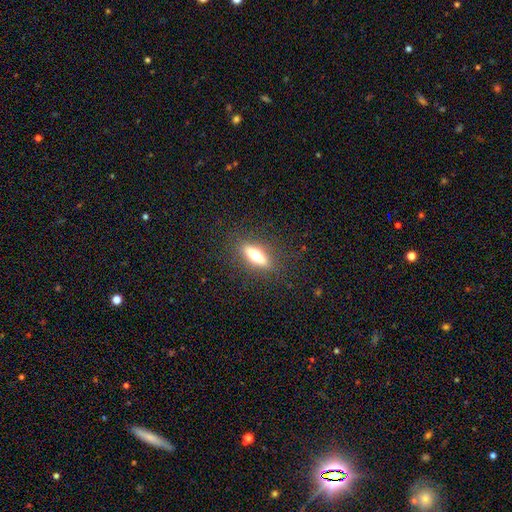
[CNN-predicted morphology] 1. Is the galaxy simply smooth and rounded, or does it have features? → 53% smooth, 39% featured or disk, 8% star or artifact.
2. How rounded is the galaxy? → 57% cigar-shaped, 40% in between, 3% round.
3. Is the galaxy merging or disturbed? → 86% none, 9% minor disturbance, 3% major disturbance, 1% merger.